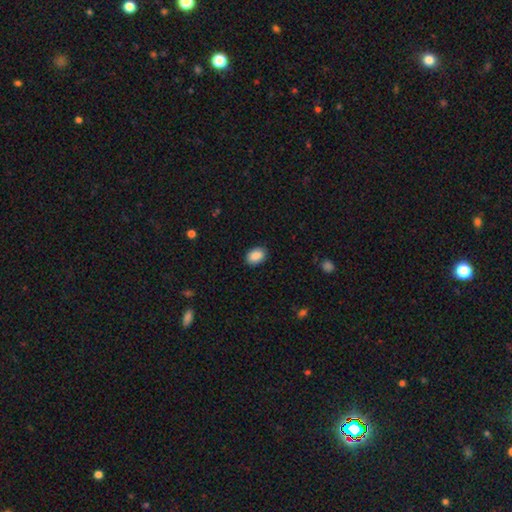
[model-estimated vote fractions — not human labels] Smooth or featured?
  - smooth: 89% *
  - star or artifact: 7%
  - featured or disk: 3%
How rounded?
  - in between: 86% *
  - round: 13%
  - cigar-shaped: 1%
Merging?
  - none: 87% *
  - minor disturbance: 10%
  - major disturbance: 2%
  - merger: 1%